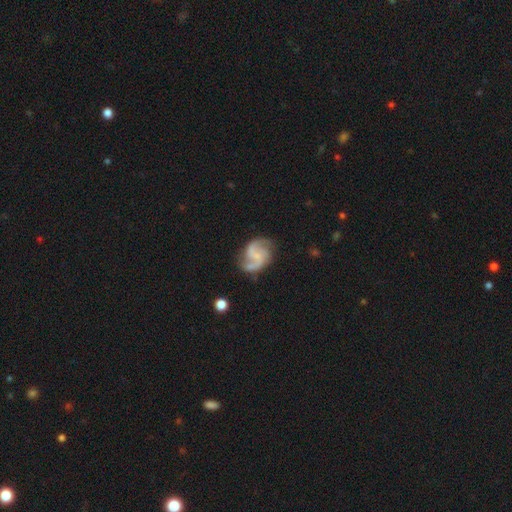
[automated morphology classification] A featured or disk galaxy (86%) with a weak bar (45%), 2 (91%) medium (49%) spiral arms (97%) and no central bulge (44%).

Vote fractions:
- Smooth or featured? featured or disk: 86% / smooth: 9% / star or artifact: 5%
- Edge-on disk? no: 98% / yes: 2%
- Bar? weak: 45% / no: 43% / strong: 12%
- Spiral arms? yes: 97% / no: 3%
- Spiral winding? medium: 49% / loose: 39% / tight: 12%
- Spiral arm count? 2: 91% / can't tell: 3% / 3: 2% / 1: 2% / 4: 1% / more than 4: 1%
- Bulge size? none: 44% / small: 41% / moderate: 13% / large: 2% / dominant: 1%
- Merging? none: 73% / minor disturbance: 17% / major disturbance: 7% / merger: 2%